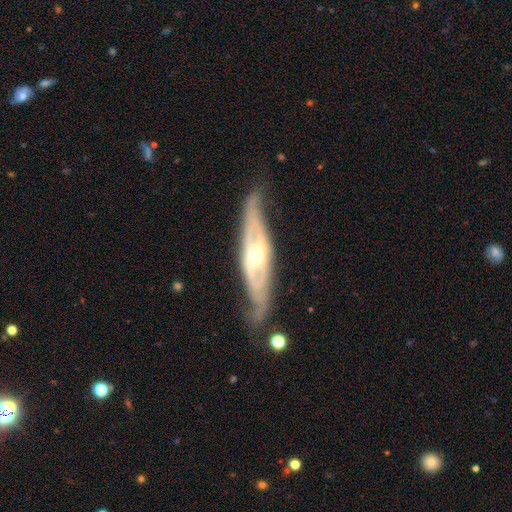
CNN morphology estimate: A featured or disk galaxy (84%) with no bar (43%), spiral arms (81%) and a moderate central bulge (62%).

Vote fractions:
- Smooth or featured? featured or disk: 84% / smooth: 11% / star or artifact: 5%
- Edge-on disk? no: 63% / yes: 37%
- Bar? no: 43% / weak: 33% / strong: 23%
- Spiral arms? yes: 81% / no: 19%
- Bulge size? moderate: 62% / small: 31% / large: 5% / none: 1% / dominant: 1%
- Merging? none: 73% / minor disturbance: 18% / major disturbance: 6% / merger: 2%